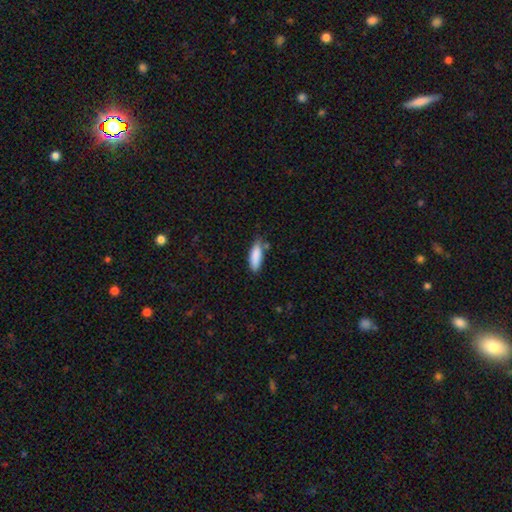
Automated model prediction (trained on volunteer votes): smooth_or_featured: smooth (p=0.88) [alt: featured or disk p=0.06]
how_rounded: in between (p=0.56) [alt: cigar-shaped p=0.42]
merging: none (p=0.71) [alt: minor disturbance p=0.21]